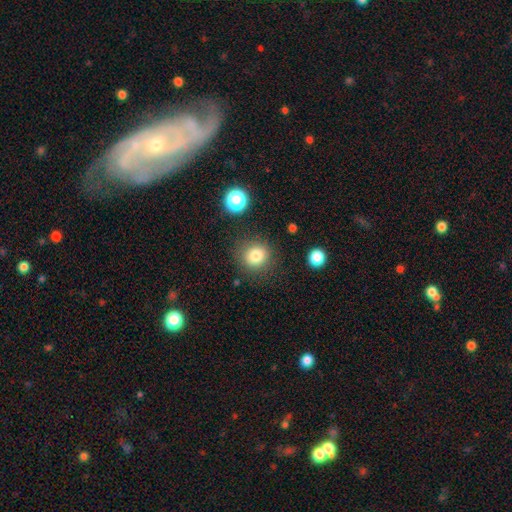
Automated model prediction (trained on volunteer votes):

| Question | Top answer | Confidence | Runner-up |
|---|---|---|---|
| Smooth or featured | smooth | 81% | star or artifact (12%) |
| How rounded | round | 87% | in between (12%) |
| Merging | none | 84% | minor disturbance (10%) |